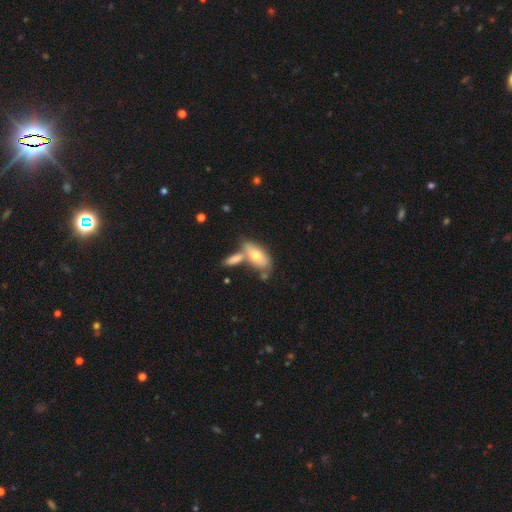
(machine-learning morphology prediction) Smooth or featured? Predicted: smooth (p=0.67). How rounded? Predicted: in between (p=0.85). Merging? Predicted: none (p=0.45).